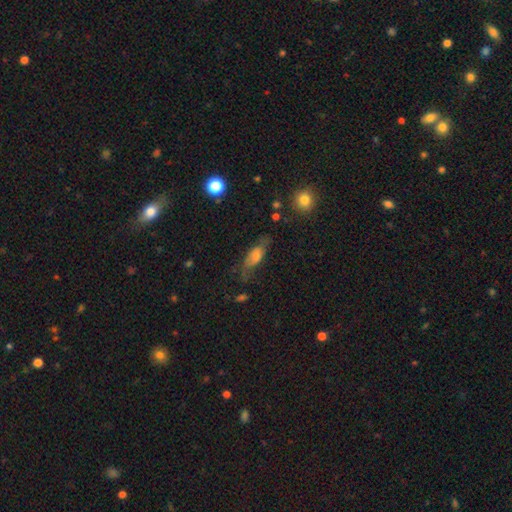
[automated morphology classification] Q: Smooth or featured?
A: smooth (47%); runner-up: featured or disk (42%)
Q: Merging?
A: none (59%); runner-up: minor disturbance (24%)